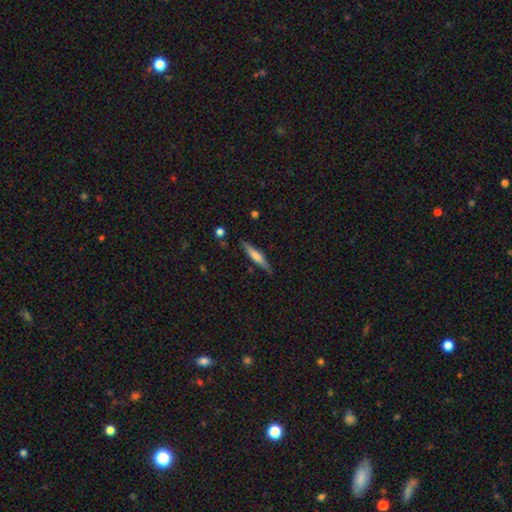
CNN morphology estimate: This appears to be a smooth galaxy with no disk features (52%) that is cigar-shaped (89%). Merging: none (84%).